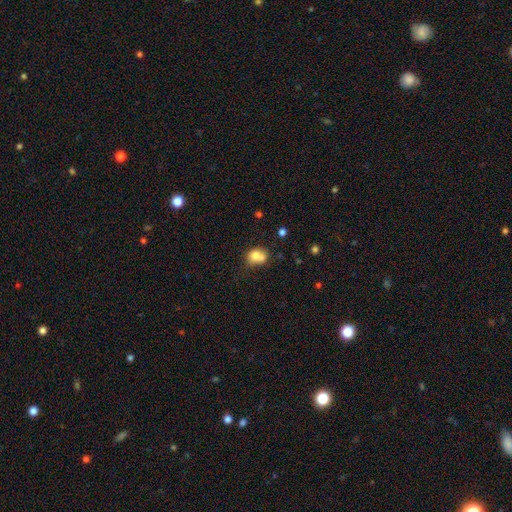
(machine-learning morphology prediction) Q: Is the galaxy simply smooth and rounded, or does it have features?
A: smooth — 75%.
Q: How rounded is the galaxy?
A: round — 58%.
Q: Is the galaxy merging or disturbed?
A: none — 41%.